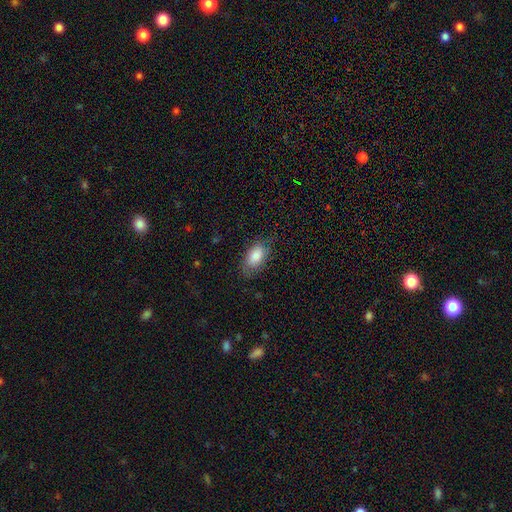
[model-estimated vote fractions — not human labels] Smooth or featured? Predicted: smooth (p=0.82). How rounded? Predicted: in between (p=0.92). Merging? Predicted: none (p=0.70).